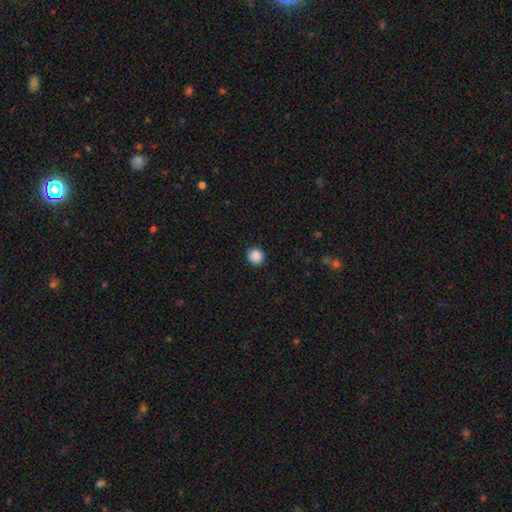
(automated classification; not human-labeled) Smooth or featured? smooth (89%)
How rounded? round (94%)
Merging? none (92%)